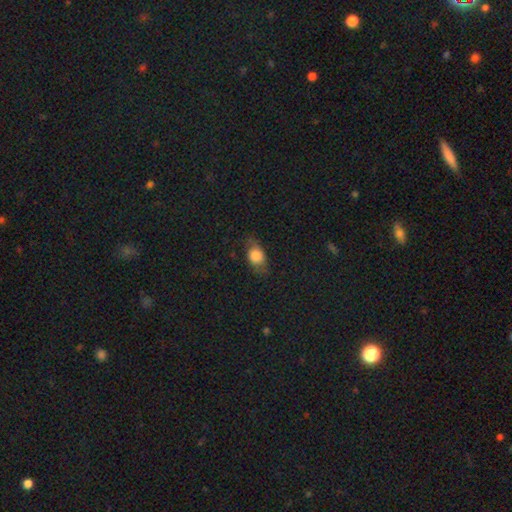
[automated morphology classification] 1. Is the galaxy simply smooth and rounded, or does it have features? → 75% smooth, 15% featured or disk, 10% star or artifact.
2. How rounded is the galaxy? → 69% in between, 28% round, 3% cigar-shaped.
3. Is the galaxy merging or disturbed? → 68% none, 22% minor disturbance, 9% major disturbance, 1% merger.